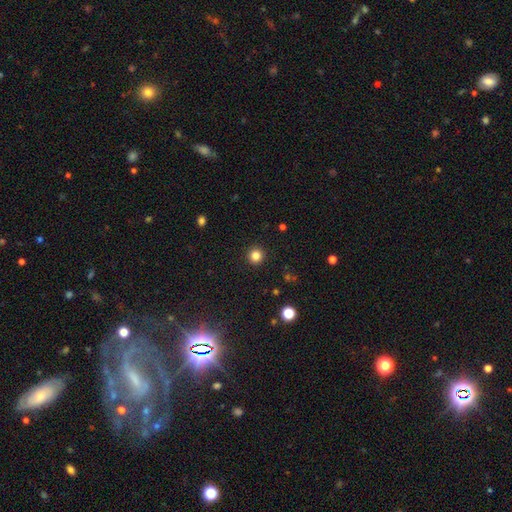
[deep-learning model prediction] The model was most divided on "smooth or featured": smooth: 84%, star or artifact: 12%, featured or disk: 4%. More confident: how rounded — round (95%); merging — none (93%).